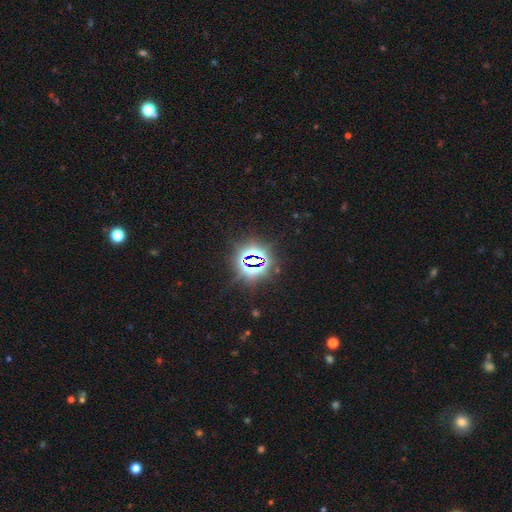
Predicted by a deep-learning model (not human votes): A star or artifact, not a galaxy (82%).